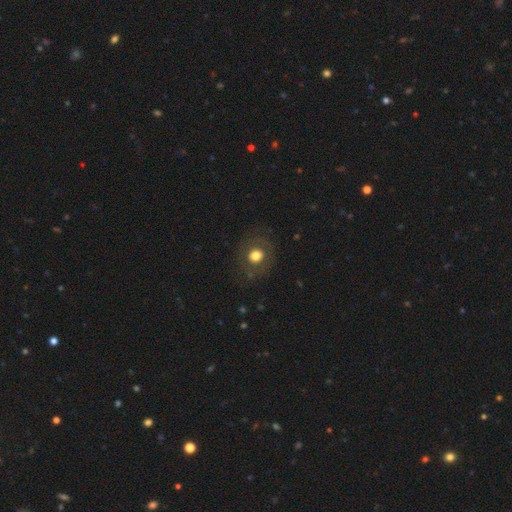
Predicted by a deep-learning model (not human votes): This is likely a smooth galaxy (67%). How rounded: likely round (80%). Merging: clearly none (82%).